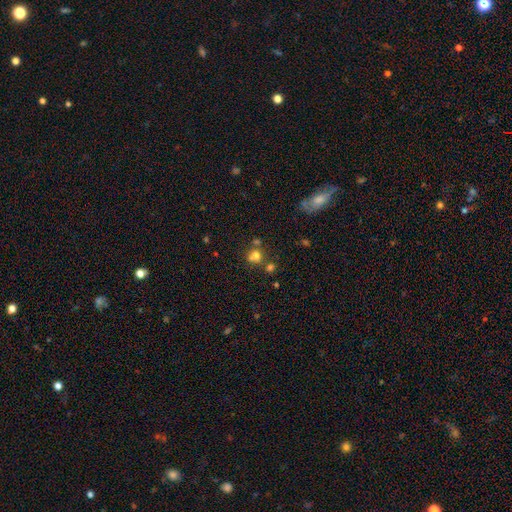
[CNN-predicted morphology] A smooth galaxy with no disk features (68%) that is round (82%).

Vote fractions:
- Smooth or featured? smooth: 68% / star or artifact: 19% / featured or disk: 13%
- How rounded? round: 82% / in between: 17% / cigar-shaped: 1%
- Merging? none: 53% / merger: 33% / minor disturbance: 10% / major disturbance: 4%